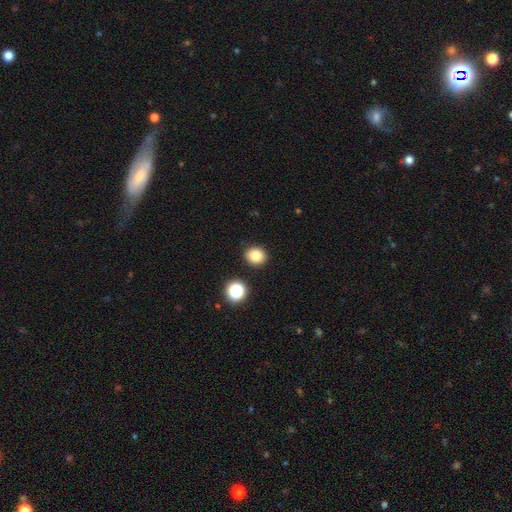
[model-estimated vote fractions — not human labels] This appears to be a smooth galaxy with no disk features (82%) that is round (73%). Merging: none (89%).